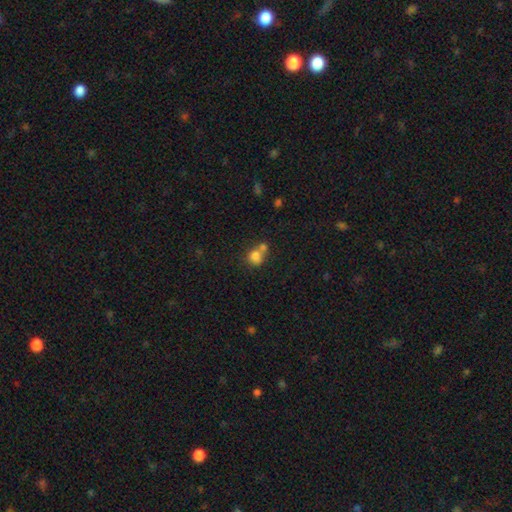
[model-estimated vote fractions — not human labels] The model was most divided on "merging": merger: 51%, none: 35%, minor disturbance: 10%, major disturbance: 5%. More confident: smooth or featured — smooth (79%); how rounded — round (71%).